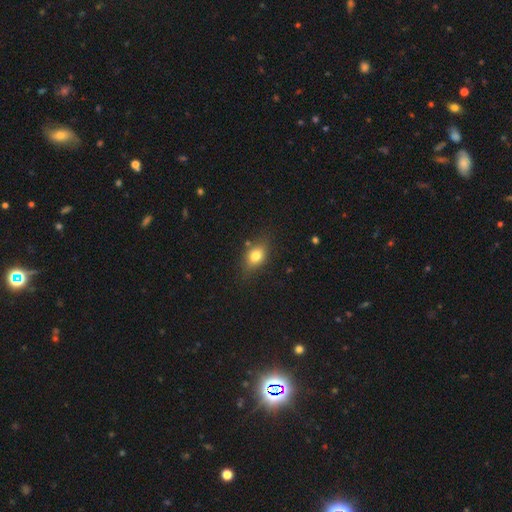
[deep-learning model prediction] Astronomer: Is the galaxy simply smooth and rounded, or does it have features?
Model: smooth — 78%.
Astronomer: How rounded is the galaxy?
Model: in between — 74%.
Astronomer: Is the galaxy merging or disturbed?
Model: none — 77%.